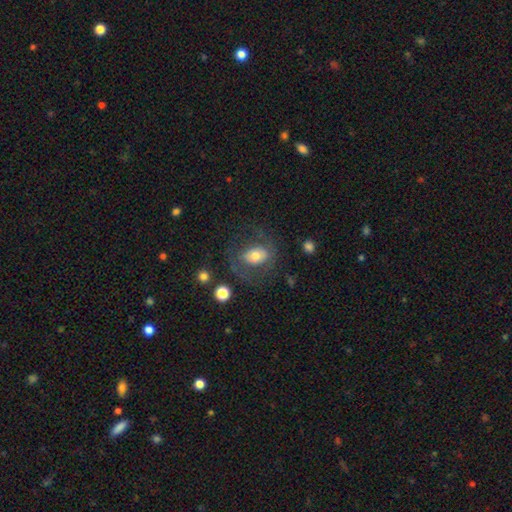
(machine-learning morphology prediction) smooth-or-featured: smooth: 52% | featured or disk: 38% | star or artifact: 9%
  how-rounded: in between: 65% | round: 33% | cigar-shaped: 1%
  merging: none: 60% | major disturbance: 20% | minor disturbance: 17% | merger: 3%